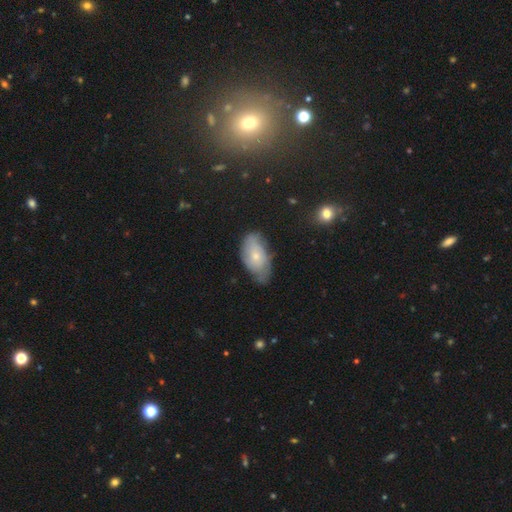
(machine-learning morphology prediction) The model was most divided on "smooth or featured": smooth: 49%, featured or disk: 43%, star or artifact: 8%. More confident: merging — none (53%).